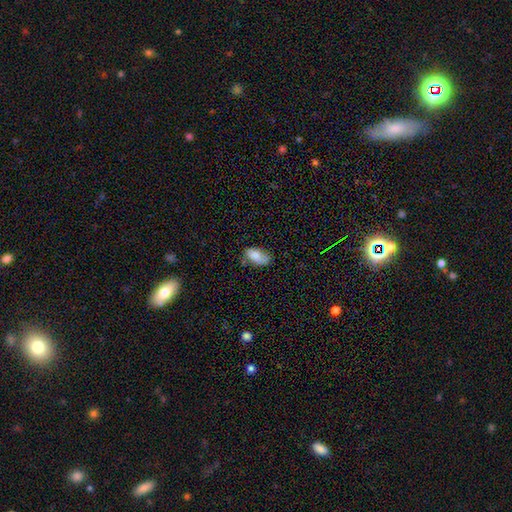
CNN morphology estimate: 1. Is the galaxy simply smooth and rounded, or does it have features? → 79% smooth, 14% featured or disk, 8% star or artifact.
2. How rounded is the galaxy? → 93% in between, 3% round, 3% cigar-shaped.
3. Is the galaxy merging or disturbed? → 58% none, 30% minor disturbance, 7% major disturbance, 4% merger.